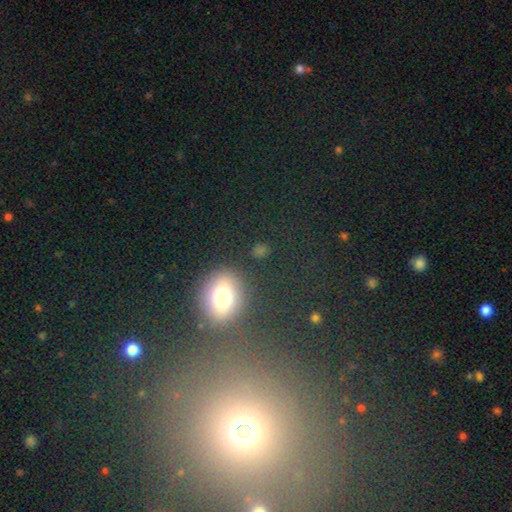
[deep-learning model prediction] smooth_or_featured: smooth (p=0.55) [alt: star or artifact p=0.34]
how_rounded: round (p=0.63) [alt: in between p=0.34]
merging: none (p=0.75) [alt: minor disturbance p=0.10]